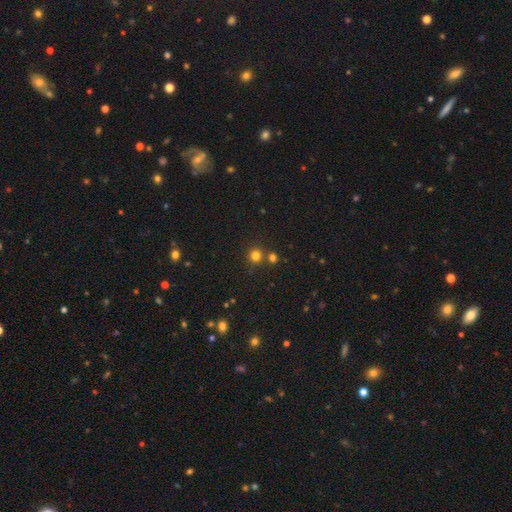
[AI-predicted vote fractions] smooth-or-featured: smooth: 78% | star or artifact: 17% | featured or disk: 5%
  how-rounded: round: 92% | in between: 7% | cigar-shaped: 1%
  merging: none: 75% | merger: 15% | minor disturbance: 7% | major disturbance: 3%